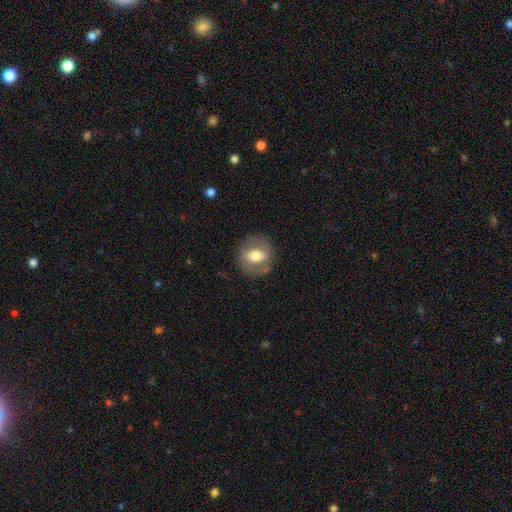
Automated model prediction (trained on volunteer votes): This is possibly a smooth galaxy (51%). How rounded: likely round (68%). Merging: clearly none (81%).